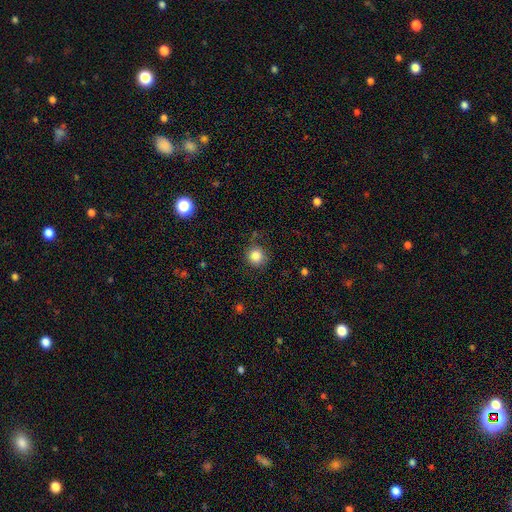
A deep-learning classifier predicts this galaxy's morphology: A smooth galaxy with no disk features (84%) that is round (92%). Merging: none (79%).